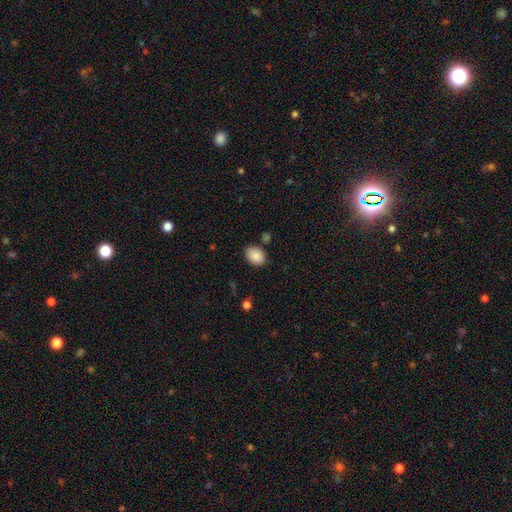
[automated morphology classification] type=smooth (88%); roundness=in between (72%); merging=none (82%).